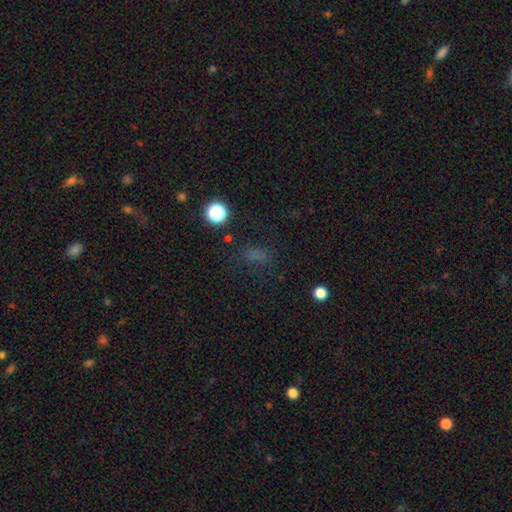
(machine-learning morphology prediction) Smooth or featured? Predicted: smooth (p=0.61). How rounded? Predicted: in between (p=0.66). Merging? Predicted: none (p=0.68).